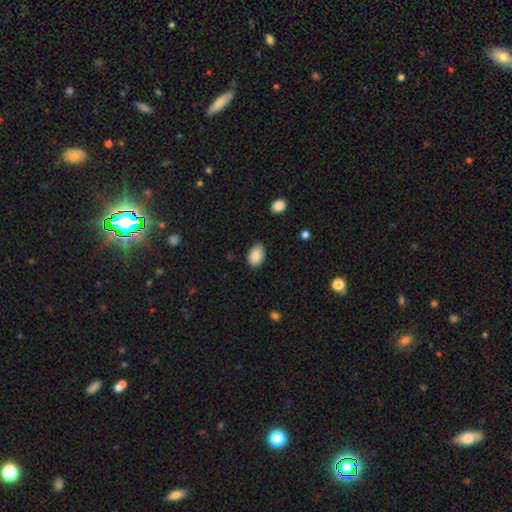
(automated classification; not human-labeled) Q: Smooth or featured?
A: smooth (88%); runner-up: star or artifact (7%)
Q: How rounded?
A: in between (86%); runner-up: round (13%)
Q: Merging?
A: none (80%); runner-up: minor disturbance (16%)